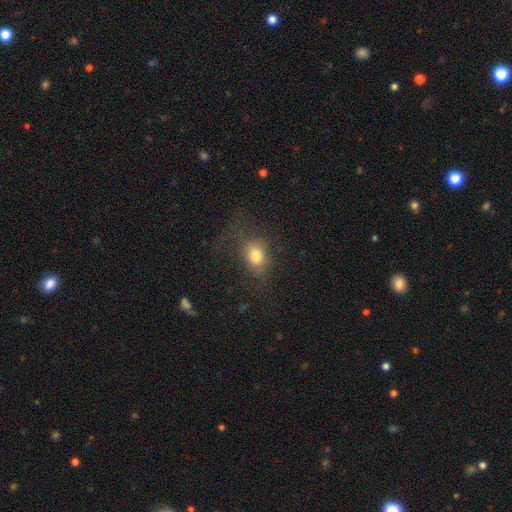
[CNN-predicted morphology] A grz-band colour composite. It shows a smooth galaxy with no disk features (76%) that is in between round and cigar-shaped (59%). Merging: none (54%).